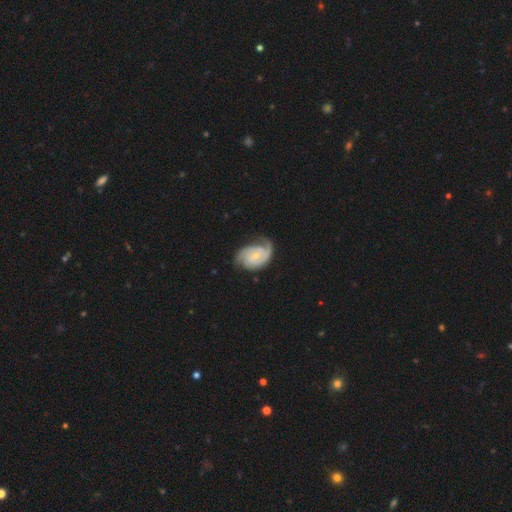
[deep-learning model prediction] A featured or disk galaxy (81%) with no bar (65%), 2 (61%) tight (48%) spiral arms (95%) and a small central bulge (61%). Merging: none (57%).